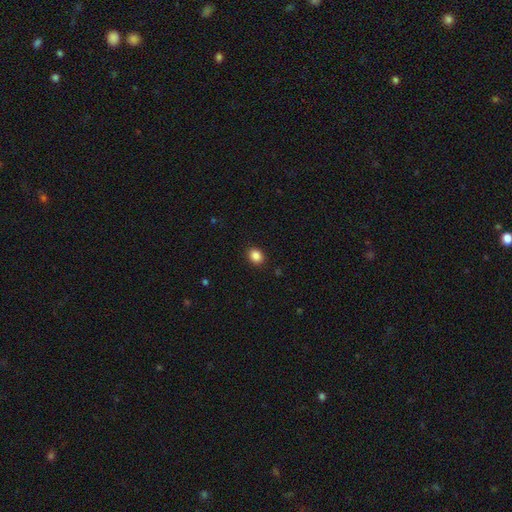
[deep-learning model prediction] Smooth or featured? Predicted: smooth (p=0.87). How rounded? Predicted: round (p=0.53). Merging? Predicted: none (p=0.90).